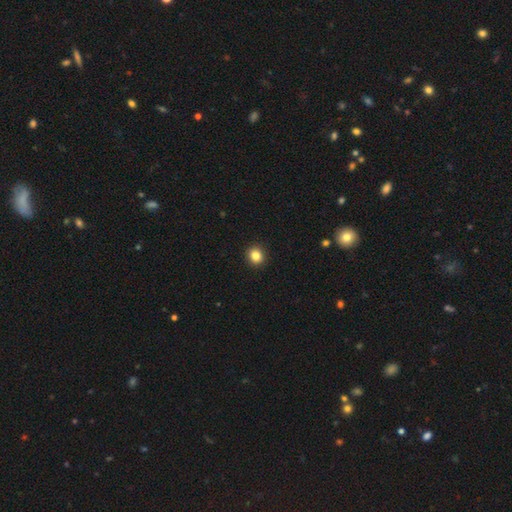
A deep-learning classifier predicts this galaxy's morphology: A smooth galaxy with no disk features (85%) that is round (86%). Merging: none (92%).